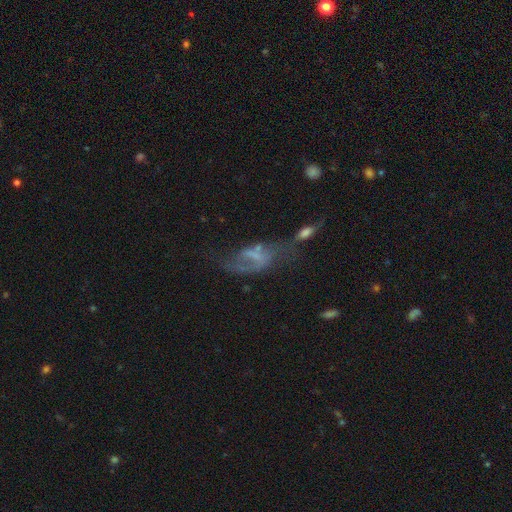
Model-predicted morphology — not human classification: smooth-or-featured: featured or disk: 61% | smooth: 25% | star or artifact: 13%
  disk-edge-on: no: 92% | yes: 8%
    bar: no: 40% | weak: 38% | strong: 22%
    has-spiral-arms: yes: 59% | no: 41%
    bulge-size: none: 55% | small: 27% | moderate: 13% | large: 3% | dominant: 2%
  merging: major disturbance: 31% | none: 26% | merger: 26% | minor disturbance: 17%